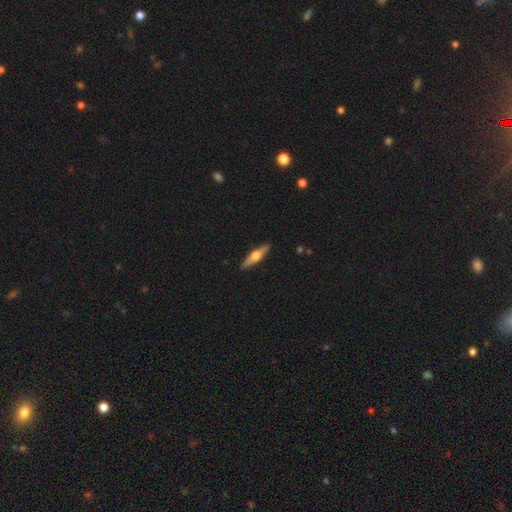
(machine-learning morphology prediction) smooth-or-featured: featured or disk: 55% | smooth: 40% | star or artifact: 5%
  disk-edge-on: yes: 94% | no: 6%
    edge-on-bulge: rounded: 94% | boxy: 4% | none: 3%
  merging: none: 91% | minor disturbance: 7% | major disturbance: 1% | merger: 1%